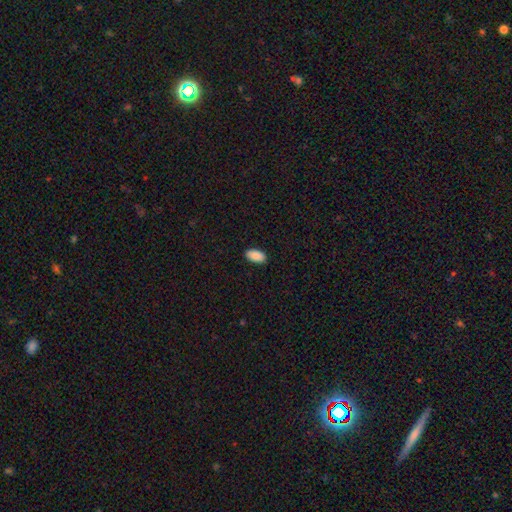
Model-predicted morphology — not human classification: Smooth or featured? Predicted: smooth (p=0.90). How rounded? Predicted: in between (p=0.95). Merging? Predicted: none (p=0.90).